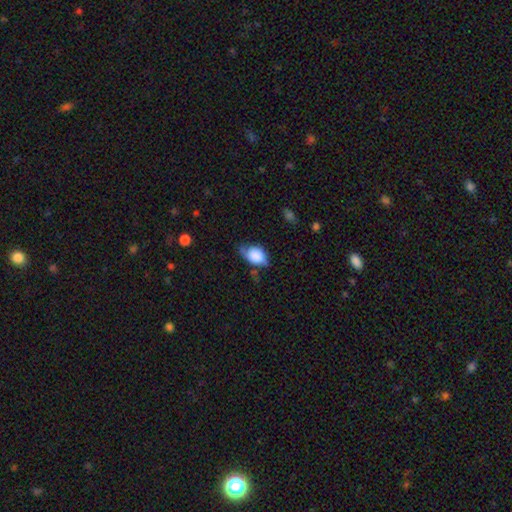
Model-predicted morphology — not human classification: Smooth or featured? smooth (79%)
How rounded? in between (84%)
Merging? none (48%)